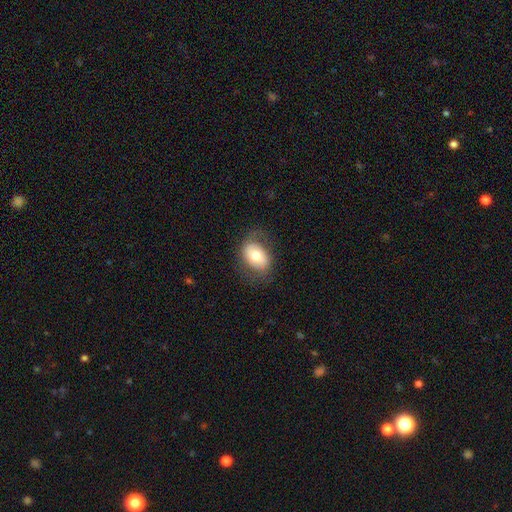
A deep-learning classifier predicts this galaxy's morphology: This appears to be a smooth galaxy with no disk features (63%) that is in between round and cigar-shaped (77%). Merging: none (72%).